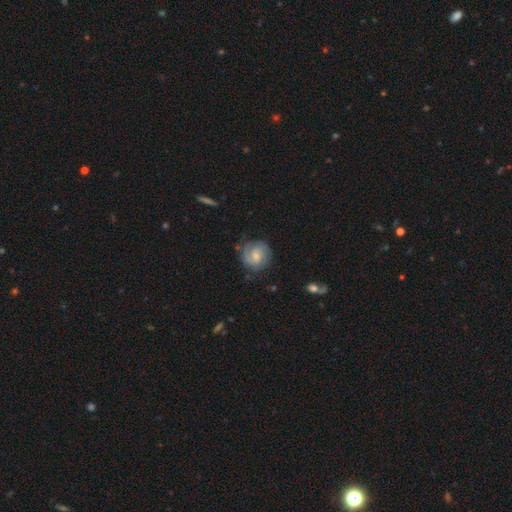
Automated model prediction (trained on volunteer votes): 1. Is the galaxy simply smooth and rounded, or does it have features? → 70% featured or disk, 23% smooth, 6% star or artifact.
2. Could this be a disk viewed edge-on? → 98% no, 2% yes.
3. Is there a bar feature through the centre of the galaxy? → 47% weak, 45% no, 8% strong.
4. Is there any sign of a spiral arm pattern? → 93% yes, 7% no.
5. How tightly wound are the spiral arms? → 55% tight, 35% medium, 10% loose.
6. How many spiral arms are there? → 69% 2, 16% can't tell, 7% 3, 4% 1, 2% 4, 2% more than 4.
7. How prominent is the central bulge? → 48% small, 42% moderate, 6% none, 3% large, 1% dominant.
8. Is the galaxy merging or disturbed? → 75% none, 17% minor disturbance, 6% major disturbance, 2% merger.